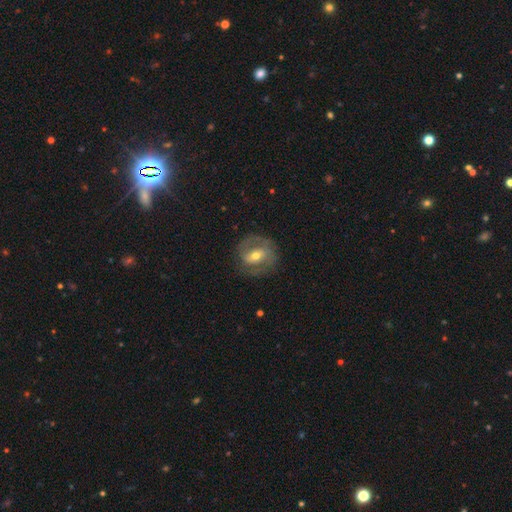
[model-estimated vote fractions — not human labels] Smooth or featured? Predicted: featured or disk (p=0.68). Edge-on disk? Predicted: no (p=0.95). Bar? Predicted: weak (p=0.42). Spiral arms? Predicted: yes (p=0.74). Bulge size? Predicted: moderate (p=0.65). Merging? Predicted: none (p=0.73).